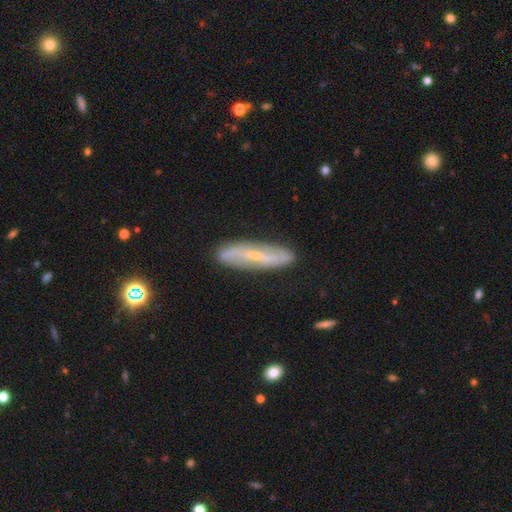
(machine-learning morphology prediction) Smooth or featured: featured or disk — 74% (smooth — 20%)
Edge-on disk: no — 66% (yes — 34%)
Merging: none — 86% (minor disturbance — 10%)